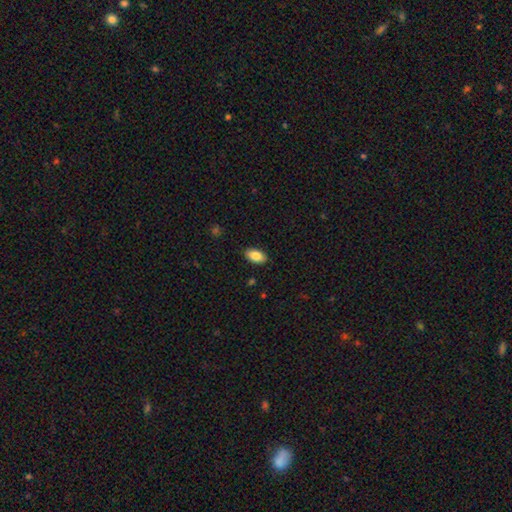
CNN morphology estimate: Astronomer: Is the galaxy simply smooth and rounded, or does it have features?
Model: smooth — 85%.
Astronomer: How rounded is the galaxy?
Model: in between — 94%.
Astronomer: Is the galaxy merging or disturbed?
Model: none — 88%.